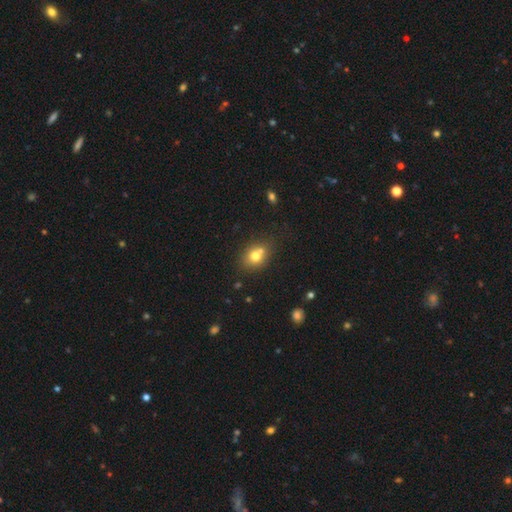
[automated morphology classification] Smooth or featured: smooth — 72% (featured or disk — 16%)
How rounded: round — 53% (in between — 46%)
Merging: none — 53% (merger — 31%)